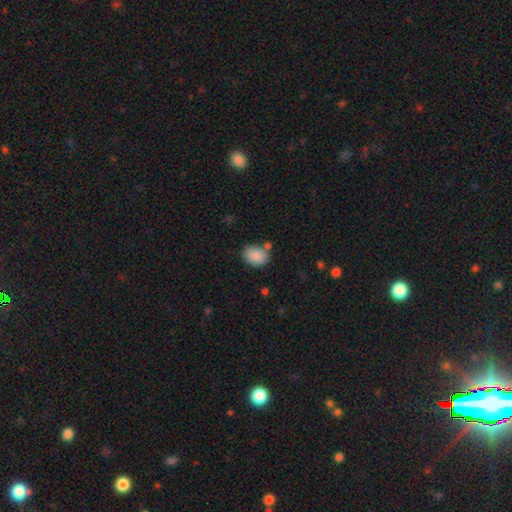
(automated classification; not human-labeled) This is clearly a smooth galaxy (87%). How rounded: likely in between (70%). Merging: likely none (68%).